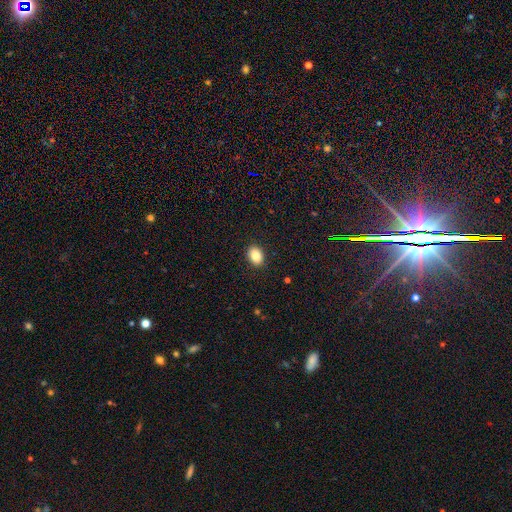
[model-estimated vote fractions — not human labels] smooth-or-featured: smooth: 85% | star or artifact: 9% | featured or disk: 6%
  how-rounded: in between: 74% | round: 25% | cigar-shaped: 1%
  merging: none: 90% | minor disturbance: 7% | major disturbance: 2% | merger: 1%